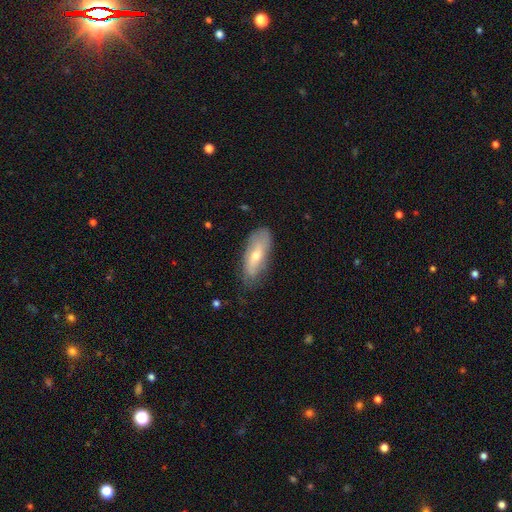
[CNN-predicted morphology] smooth_or_featured: smooth (p=0.49) [alt: featured or disk p=0.44]
merging: none (p=0.71) [alt: minor disturbance p=0.22]